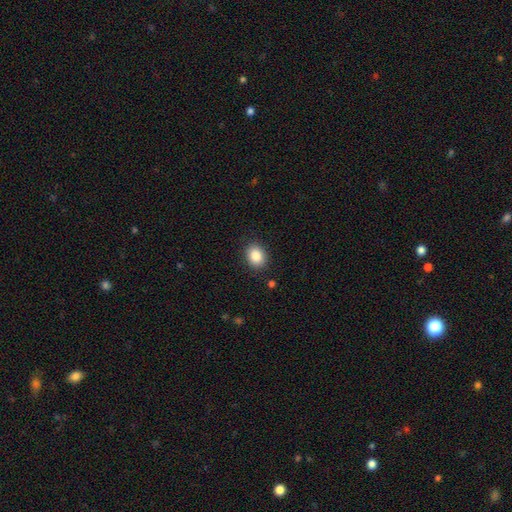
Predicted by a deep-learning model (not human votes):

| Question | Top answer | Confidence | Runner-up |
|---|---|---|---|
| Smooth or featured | smooth | 87% | star or artifact (8%) |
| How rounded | in between | 52% | round (47%) |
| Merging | none | 87% | minor disturbance (9%) |